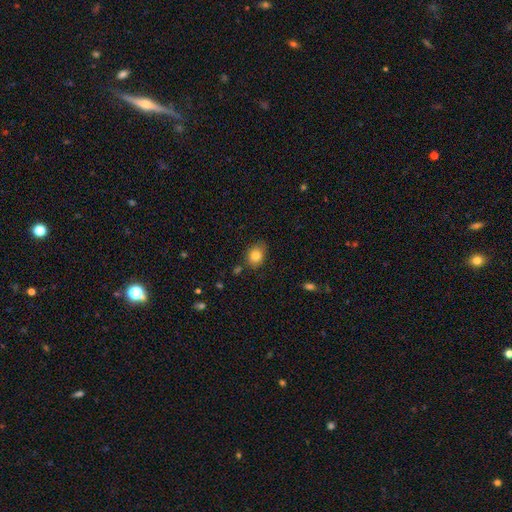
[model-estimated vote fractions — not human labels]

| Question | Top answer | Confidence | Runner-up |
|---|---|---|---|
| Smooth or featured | smooth | 82% | star or artifact (10%) |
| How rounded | in between | 55% | round (44%) |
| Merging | none | 74% | minor disturbance (19%) |